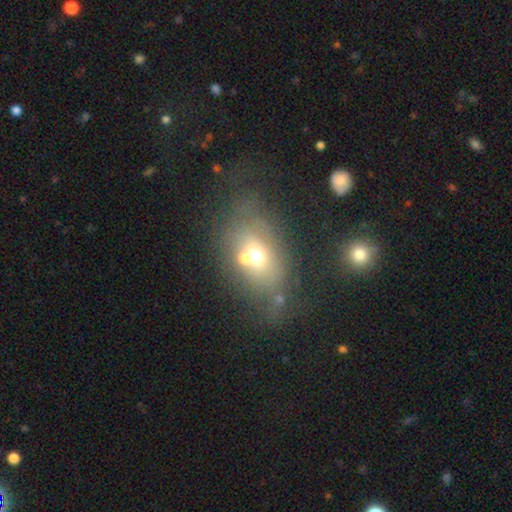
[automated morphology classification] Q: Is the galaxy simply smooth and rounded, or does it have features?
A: smooth — 53%.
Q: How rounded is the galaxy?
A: in between — 63%.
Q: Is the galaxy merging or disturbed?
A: none — 41%.